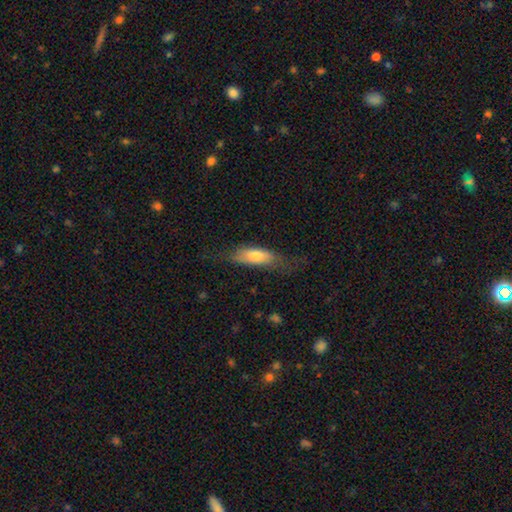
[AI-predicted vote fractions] This is likely a smooth galaxy (70%). How rounded: likely in between (62%). Merging: possibly none (56%).